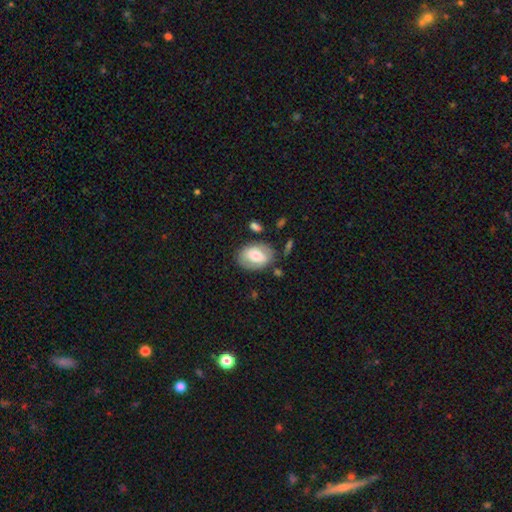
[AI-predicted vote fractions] This is likely a smooth galaxy (63%). How rounded: likely in between (79%). Merging: likely none (75%).